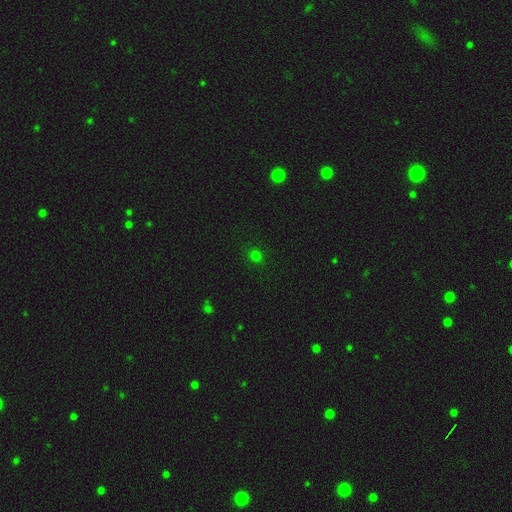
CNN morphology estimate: This is likely a smooth galaxy (75%). How rounded: clearly round (86%). Merging: clearly none (90%).